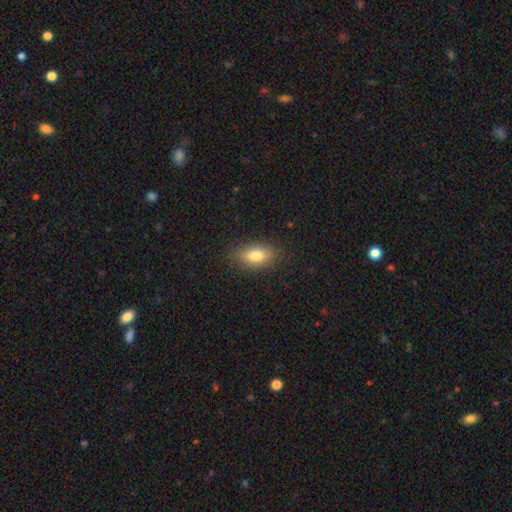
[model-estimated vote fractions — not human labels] Smooth or featured: smooth — 79% (featured or disk — 12%)
How rounded: in between — 86% (round — 7%)
Merging: none — 85% (minor disturbance — 11%)